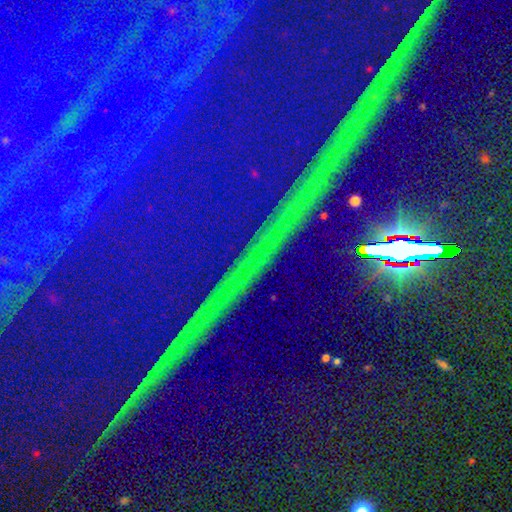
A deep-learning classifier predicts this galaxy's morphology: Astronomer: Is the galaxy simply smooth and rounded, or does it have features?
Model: star or artifact — 89%.